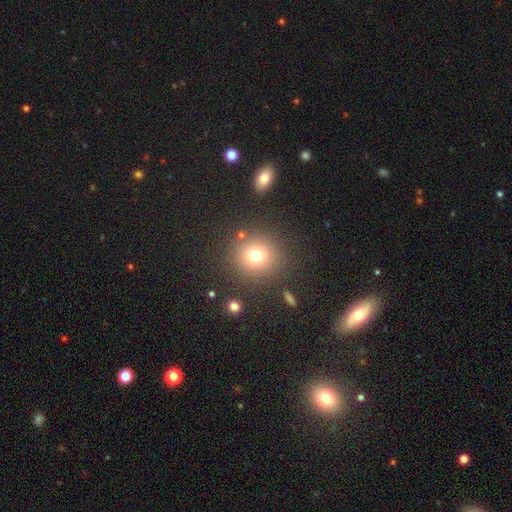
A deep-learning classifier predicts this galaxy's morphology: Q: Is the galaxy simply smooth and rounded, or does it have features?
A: smooth — 74%.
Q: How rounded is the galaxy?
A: round — 91%.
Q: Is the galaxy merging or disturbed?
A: none — 85%.